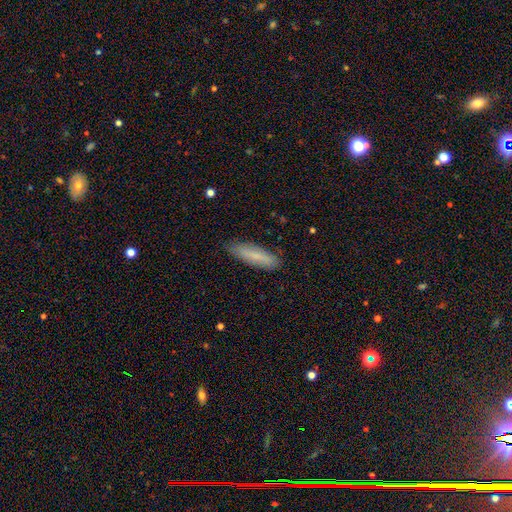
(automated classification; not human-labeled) smooth-or-featured: smooth: 76% | featured or disk: 17% | star or artifact: 7%
  how-rounded: cigar-shaped: 73% | in between: 25% | round: 1%
  merging: none: 84% | minor disturbance: 12% | major disturbance: 2% | merger: 1%